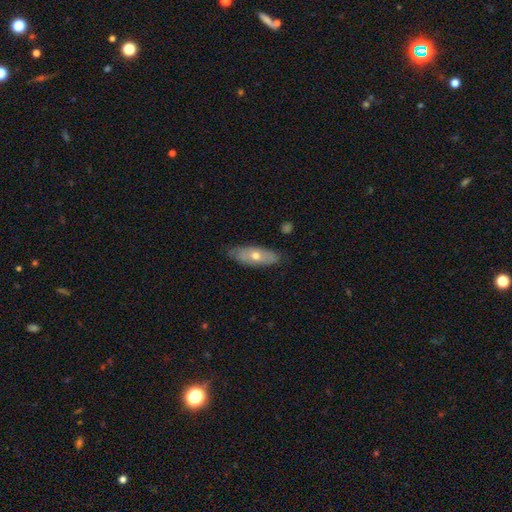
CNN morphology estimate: type=smooth (51%); roundness=in between (66%); merging=none (78%).